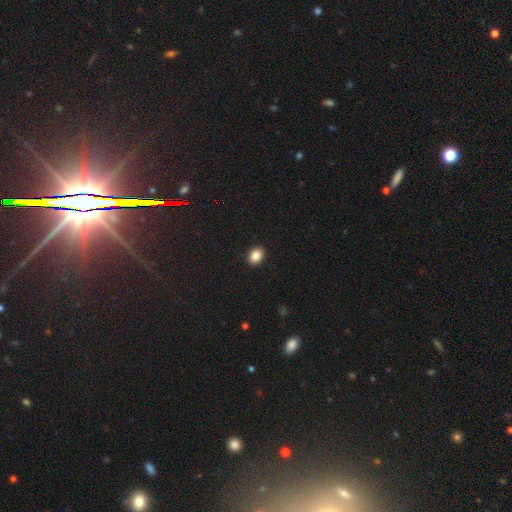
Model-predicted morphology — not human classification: Smooth or featured: smooth — 88% (star or artifact — 9%)
How rounded: in between — 72% (round — 27%)
Merging: none — 91% (minor disturbance — 6%)